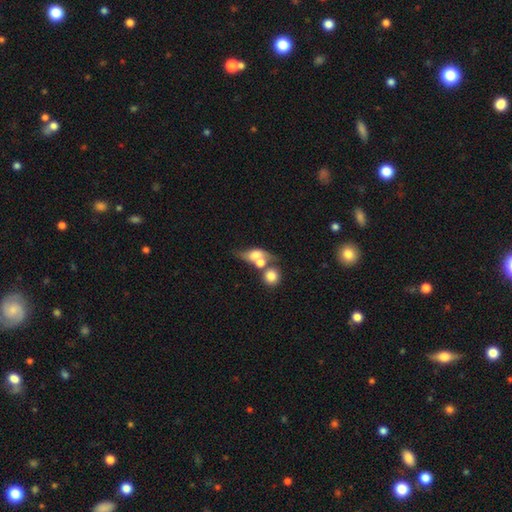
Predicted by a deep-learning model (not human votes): Smooth or featured: smooth — 56% (featured or disk — 33%)
How rounded: in between — 64% (round — 25%)
Merging: merger — 50% (none — 25%)